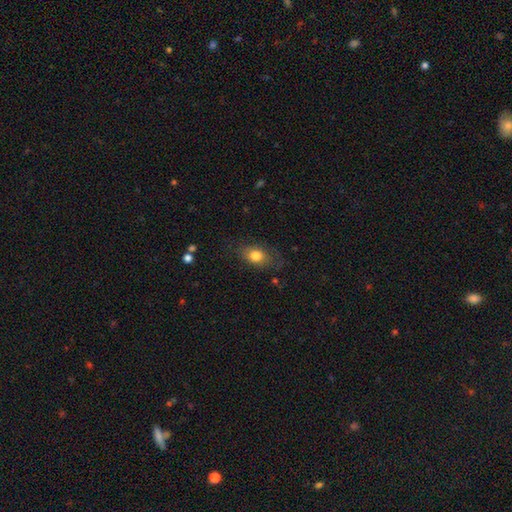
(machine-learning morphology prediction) Smooth or featured? Predicted: smooth (p=0.78). How rounded? Predicted: in between (p=0.77). Merging? Predicted: none (p=0.71).